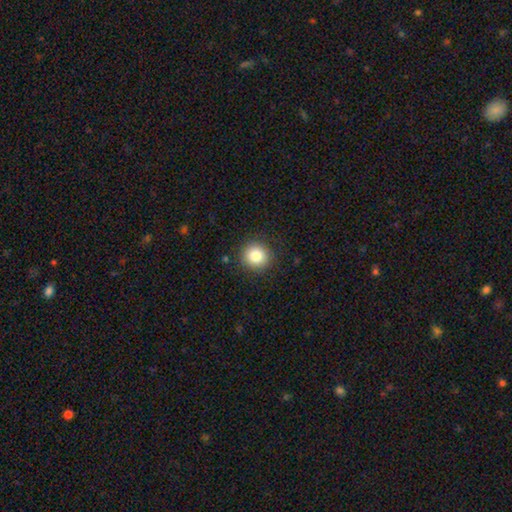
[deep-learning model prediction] Q: Smooth or featured?
A: smooth (85%); runner-up: star or artifact (10%)
Q: How rounded?
A: round (92%); runner-up: in between (7%)
Q: Merging?
A: none (89%); runner-up: minor disturbance (8%)